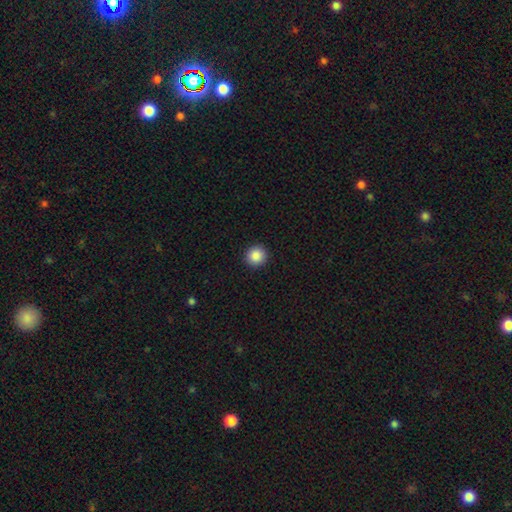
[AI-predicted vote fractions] This is clearly a smooth galaxy (88%). How rounded: clearly round (94%). Merging: clearly none (93%).